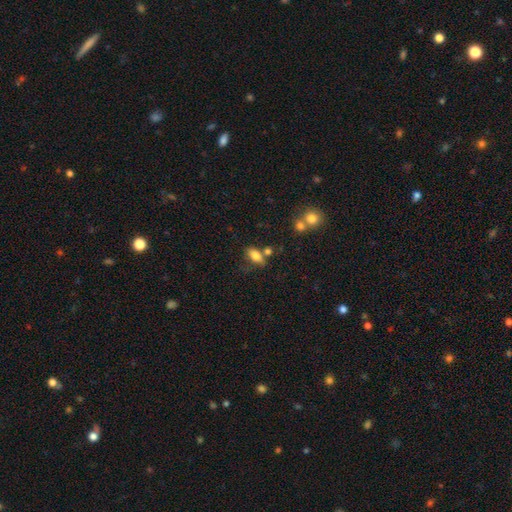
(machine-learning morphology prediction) This is likely a smooth galaxy (79%). How rounded: clearly in between (85%). Merging: possibly none (57%).